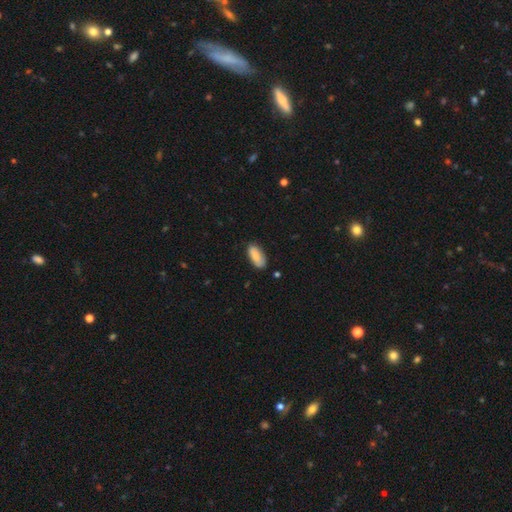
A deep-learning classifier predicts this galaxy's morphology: Smooth or featured? smooth (84%)
How rounded? in between (89%)
Merging? none (80%)